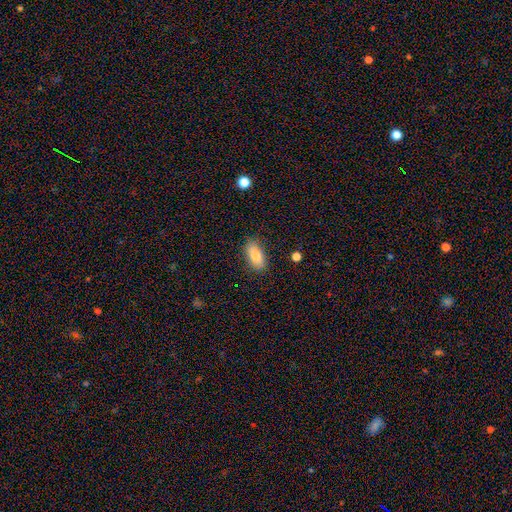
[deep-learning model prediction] A smooth galaxy with no disk features (82%) that is in between round and cigar-shaped (88%).

Vote fractions:
- Smooth or featured? smooth: 82% / featured or disk: 11% / star or artifact: 7%
- How rounded? in between: 88% / cigar-shaped: 9% / round: 3%
- Merging? none: 84% / minor disturbance: 12% / major disturbance: 3% / merger: 1%